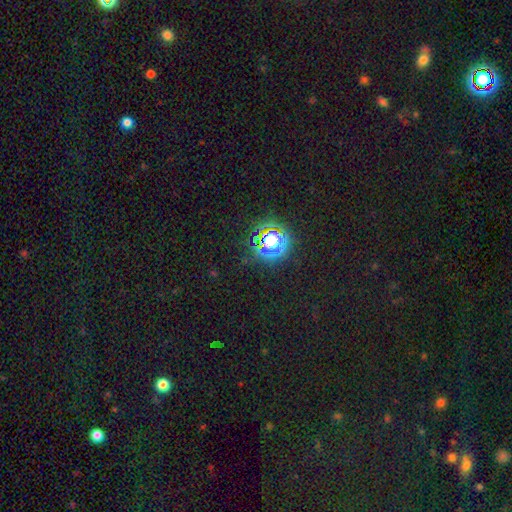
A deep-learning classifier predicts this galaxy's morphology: Q: Smooth or featured?
A: star or artifact (71%); runner-up: smooth (23%)